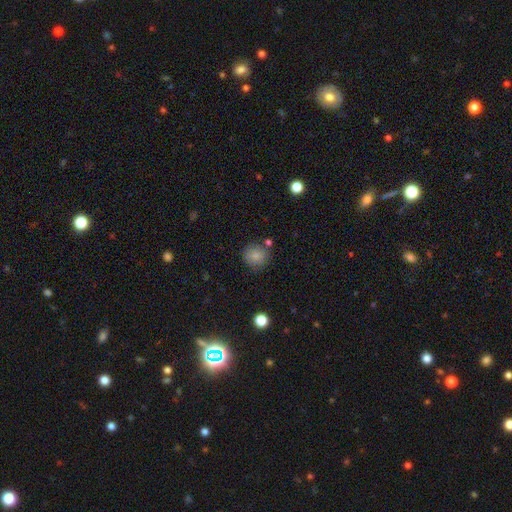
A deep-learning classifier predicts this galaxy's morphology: Smooth or featured?
  - smooth: 83% *
  - star or artifact: 10%
  - featured or disk: 7%
How rounded?
  - round: 91% *
  - in between: 8%
  - cigar-shaped: 1%
Merging?
  - none: 80% *
  - minor disturbance: 11%
  - merger: 6%
  - major disturbance: 3%